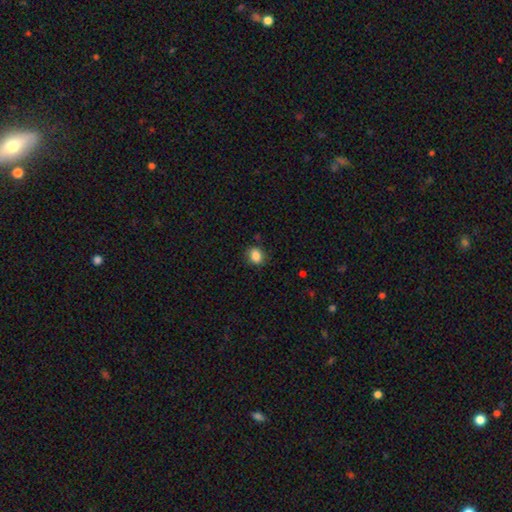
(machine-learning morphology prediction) type=smooth (87%); roundness=in between (55%); merging=none (83%).